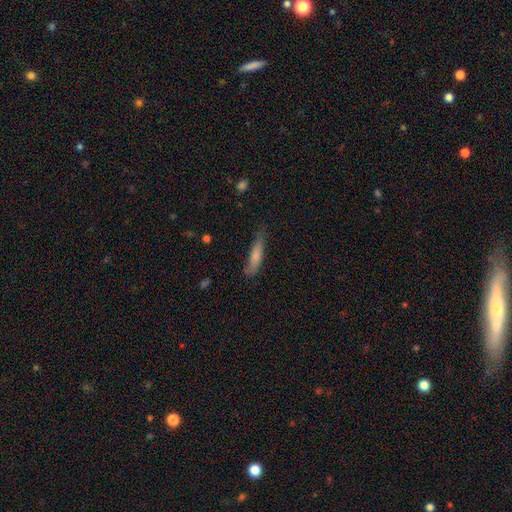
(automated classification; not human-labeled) Morphology: type=smooth (76%); roundness=cigar-shaped (84%); merging=none (70%).